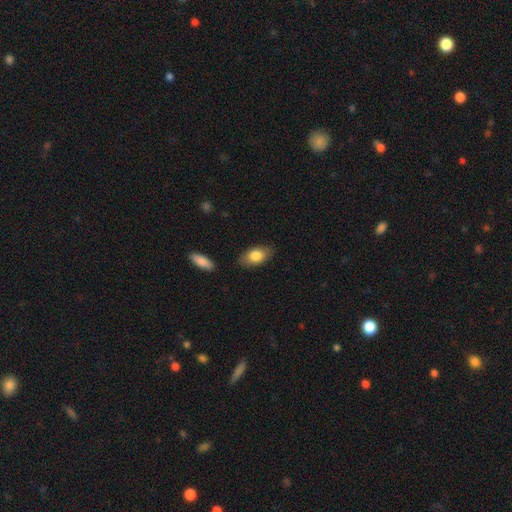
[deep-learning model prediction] A smooth galaxy with no disk features (80%) that is in between round and cigar-shaped (90%).

Vote fractions:
- Smooth or featured? smooth: 80% / featured or disk: 14% / star or artifact: 6%
- How rounded? in between: 90% / round: 6% / cigar-shaped: 4%
- Merging? none: 83% / minor disturbance: 12% / major disturbance: 3% / merger: 2%